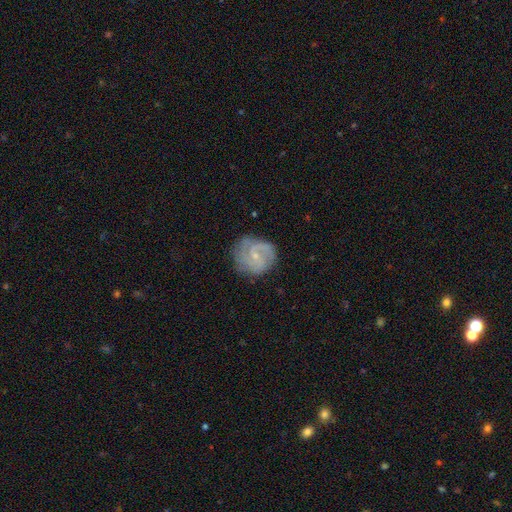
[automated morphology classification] This appears to be a featured or disk galaxy (76%) with no bar (53%), 2 (45%) medium (45%) spiral arms (93%) and a small central bulge (76%). Merging: none (72%).